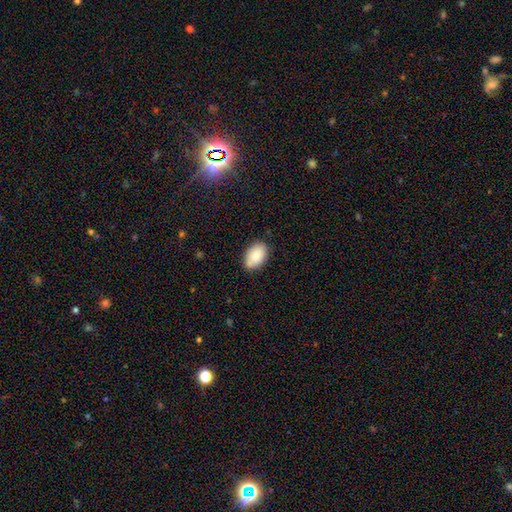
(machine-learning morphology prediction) smooth-or-featured: smooth: 86% | star or artifact: 7% | featured or disk: 7%
  how-rounded: in between: 91% | round: 8% | cigar-shaped: 1%
  merging: none: 78% | minor disturbance: 17% | major disturbance: 3% | merger: 2%